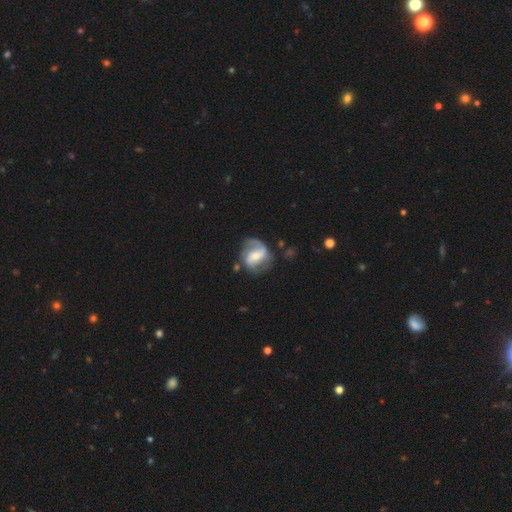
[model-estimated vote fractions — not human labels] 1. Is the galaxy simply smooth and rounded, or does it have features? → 79% featured or disk, 15% smooth, 5% star or artifact.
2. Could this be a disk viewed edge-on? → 97% no, 3% yes.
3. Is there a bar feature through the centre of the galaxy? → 42% weak, 34% strong, 24% no.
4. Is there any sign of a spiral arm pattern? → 92% yes, 8% no.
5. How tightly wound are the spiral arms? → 46% medium, 33% loose, 20% tight.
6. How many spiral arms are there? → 78% 2, 12% 1, 6% can't tell, 2% 3, 1% 4, 1% more than 4.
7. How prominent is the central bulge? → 49% moderate, 43% small, 5% large, 3% none, 1% dominant.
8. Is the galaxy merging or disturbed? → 65% none, 20% minor disturbance, 12% major disturbance, 4% merger.